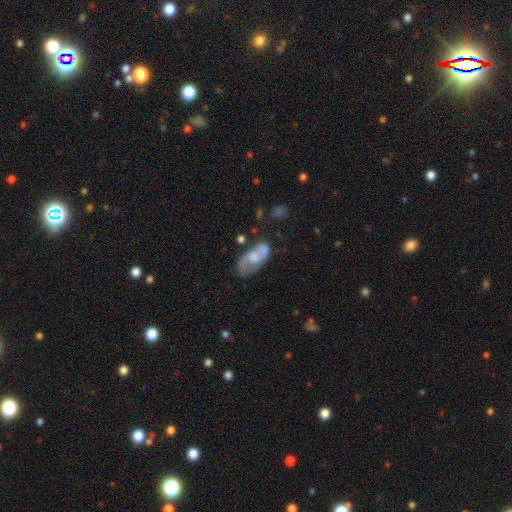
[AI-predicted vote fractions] A smooth galaxy with no disk features (50%).

Vote fractions:
- Smooth or featured? smooth: 50% / featured or disk: 43% / star or artifact: 7%
- Merging? none: 49% / minor disturbance: 26% / merger: 13% / major disturbance: 12%